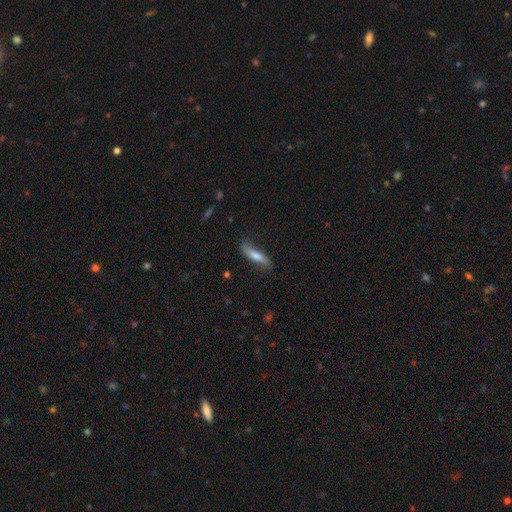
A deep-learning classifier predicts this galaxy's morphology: Smooth or featured?
  - smooth: 64% *
  - featured or disk: 30%
  - star or artifact: 6%
How rounded?
  - cigar-shaped: 67% *
  - in between: 30%
  - round: 2%
Merging?
  - none: 71% *
  - minor disturbance: 22%
  - major disturbance: 6%
  - merger: 2%